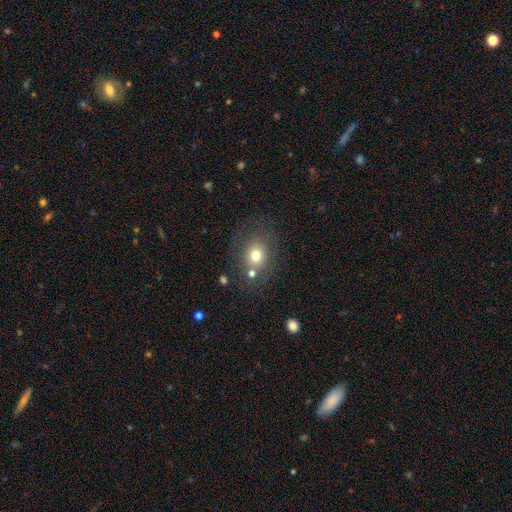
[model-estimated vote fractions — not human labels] Smooth or featured?
  - smooth: 73% *
  - star or artifact: 13%
  - featured or disk: 13%
How rounded?
  - round: 62% *
  - in between: 37%
  - cigar-shaped: 1%
Merging?
  - none: 67% *
  - minor disturbance: 14%
  - merger: 13%
  - major disturbance: 7%